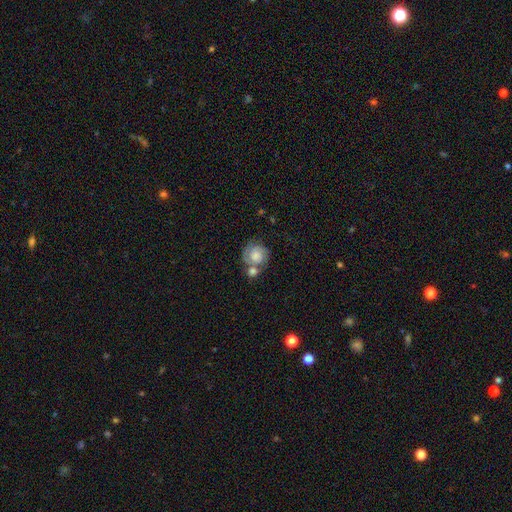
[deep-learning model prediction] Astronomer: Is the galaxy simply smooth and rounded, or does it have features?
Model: featured or disk — 50% (runner-up: smooth, 43%).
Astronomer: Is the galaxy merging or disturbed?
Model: none — 42% (runner-up: merger, 35%).